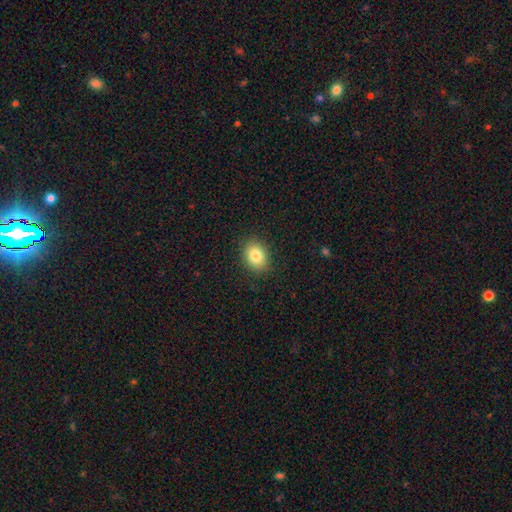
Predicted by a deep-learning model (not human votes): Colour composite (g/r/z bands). It shows a smooth galaxy with no disk features (84%) that is in between round and cigar-shaped (61%). Merging: none (88%).